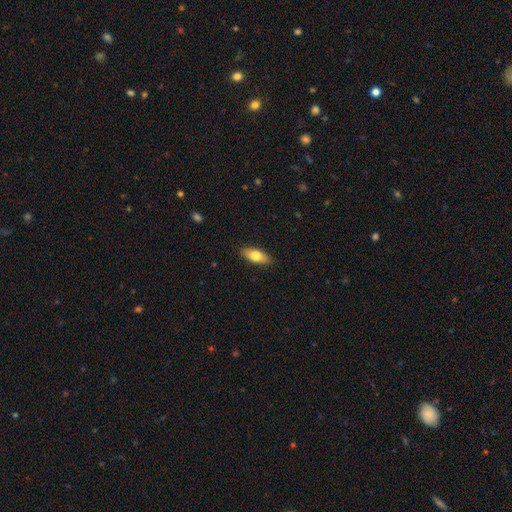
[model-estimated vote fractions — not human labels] This appears to be a smooth galaxy with no disk features (74%) that is in between round and cigar-shaped (78%). Merging: none (88%).